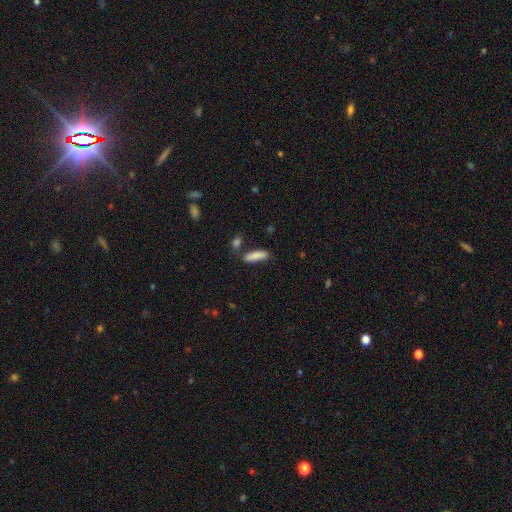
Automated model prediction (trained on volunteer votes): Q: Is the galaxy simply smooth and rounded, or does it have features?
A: smooth — 86%.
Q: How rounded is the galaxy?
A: cigar-shaped — 68%.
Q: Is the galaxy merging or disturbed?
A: none — 77%.